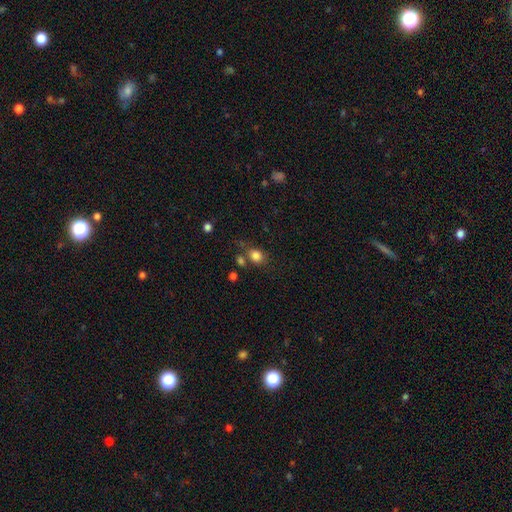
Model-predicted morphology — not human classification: Smooth or featured? Predicted: smooth (p=0.82). How rounded? Predicted: round (p=0.56). Merging? Predicted: none (p=0.63).